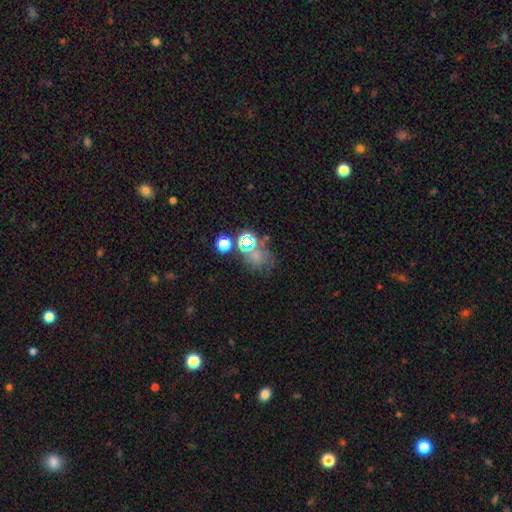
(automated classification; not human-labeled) Smooth or featured? Predicted: smooth (p=0.50). Merging? Predicted: none (p=0.43).